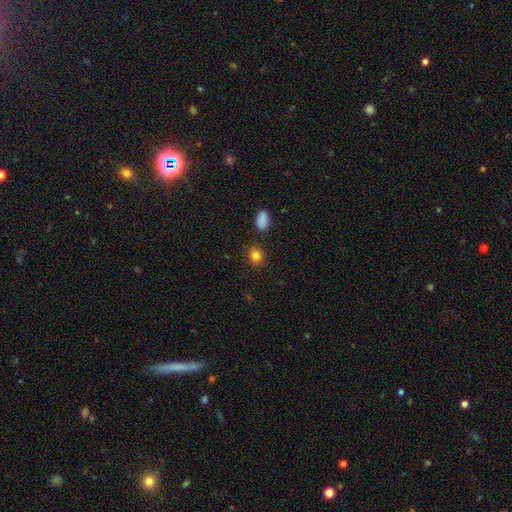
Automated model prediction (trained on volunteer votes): A smooth galaxy with no disk features (84%) that is round (72%). Merging: none (87%).